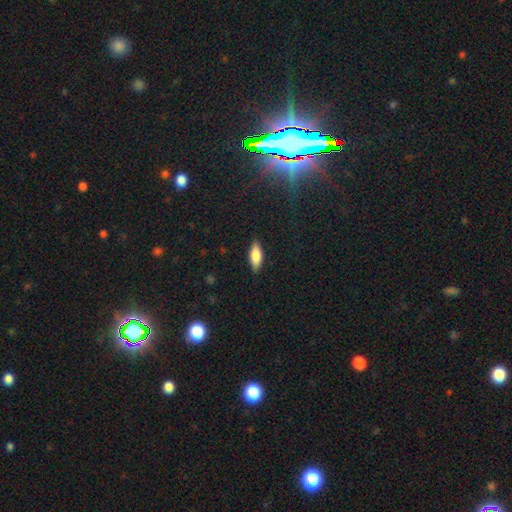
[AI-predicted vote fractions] A smooth galaxy with no disk features (77%) that is in between round and cigar-shaped (67%).

Vote fractions:
- Smooth or featured? smooth: 77% / featured or disk: 16% / star or artifact: 6%
- How rounded? in between: 67% / cigar-shaped: 30% / round: 2%
- Merging? none: 88% / minor disturbance: 9% / major disturbance: 2% / merger: 1%